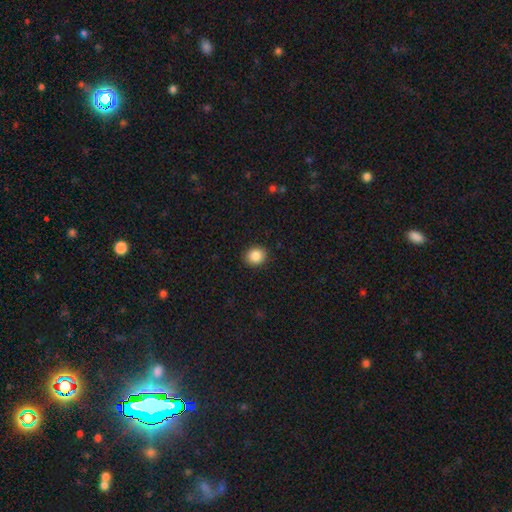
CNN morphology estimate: smooth 87%, star or artifact 9%, featured or disk 4%. Down the decision tree: how rounded — round (77%); merging — none (91%).